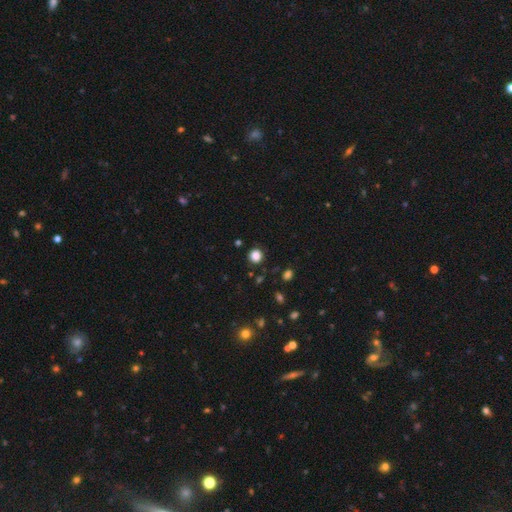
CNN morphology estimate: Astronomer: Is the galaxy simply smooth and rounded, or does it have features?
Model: smooth — 83%.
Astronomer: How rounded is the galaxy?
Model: round — 91%.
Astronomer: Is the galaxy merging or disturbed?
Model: none — 89%.